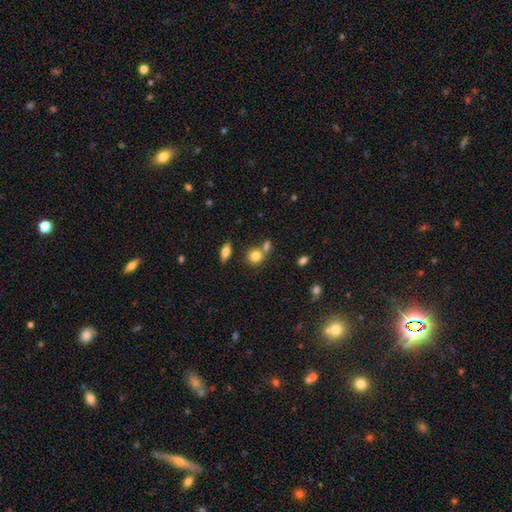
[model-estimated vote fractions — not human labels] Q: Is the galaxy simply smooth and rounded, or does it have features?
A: smooth — 79%.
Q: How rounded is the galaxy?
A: round — 81%.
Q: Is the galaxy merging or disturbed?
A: none — 55%.